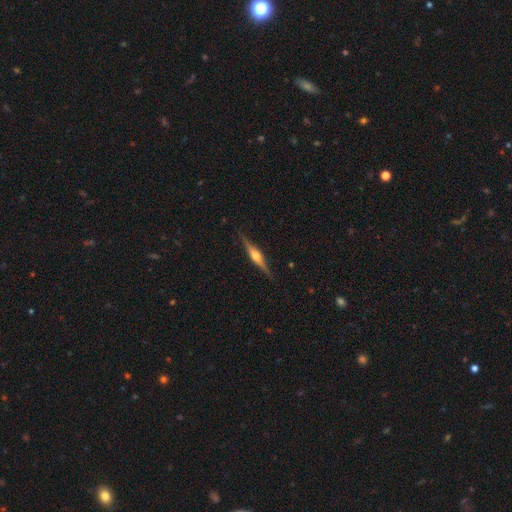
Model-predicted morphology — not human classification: Smooth or featured?
  - featured or disk: 78% *
  - smooth: 17%
  - star or artifact: 6%
Edge-on disk?
  - yes: 98% *
  - no: 2%
Edge-on bulge?
  - rounded: 88% *
  - boxy: 9%
  - none: 3%
Merging?
  - none: 89% *
  - minor disturbance: 8%
  - major disturbance: 2%
  - merger: 1%